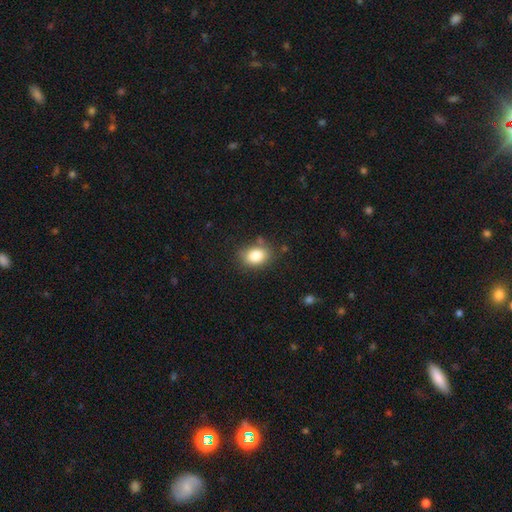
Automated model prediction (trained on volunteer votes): A smooth galaxy with no disk features (83%) that is in between round and cigar-shaped (69%). Merging: none (77%).